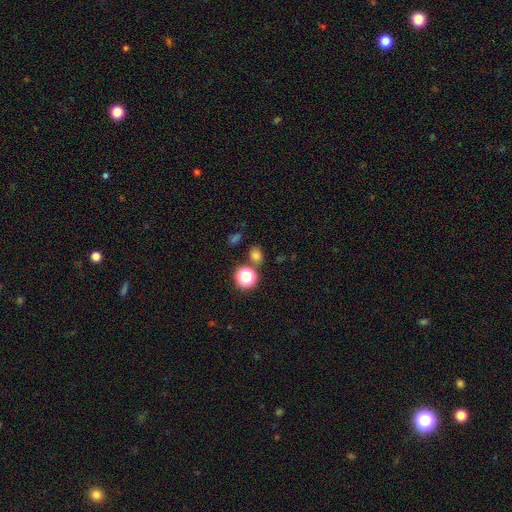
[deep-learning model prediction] Smooth or featured?
  - smooth: 72% *
  - star or artifact: 23%
  - featured or disk: 5%
How rounded?
  - round: 60% *
  - in between: 39%
  - cigar-shaped: 1%
Merging?
  - none: 77% *
  - merger: 10%
  - minor disturbance: 10%
  - major disturbance: 3%